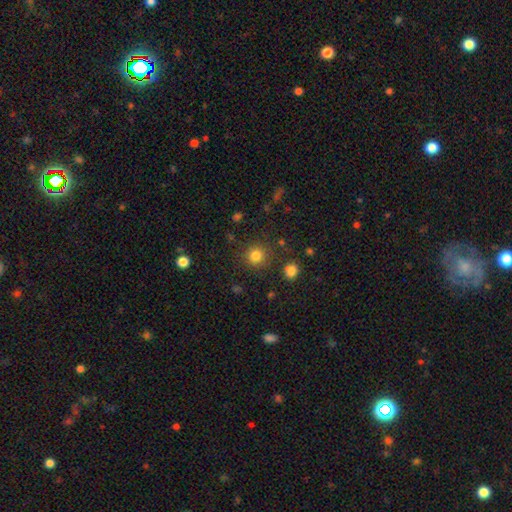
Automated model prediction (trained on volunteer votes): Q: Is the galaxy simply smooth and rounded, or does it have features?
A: smooth — 81%.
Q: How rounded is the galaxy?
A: round — 91%.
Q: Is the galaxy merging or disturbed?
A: none — 85%.